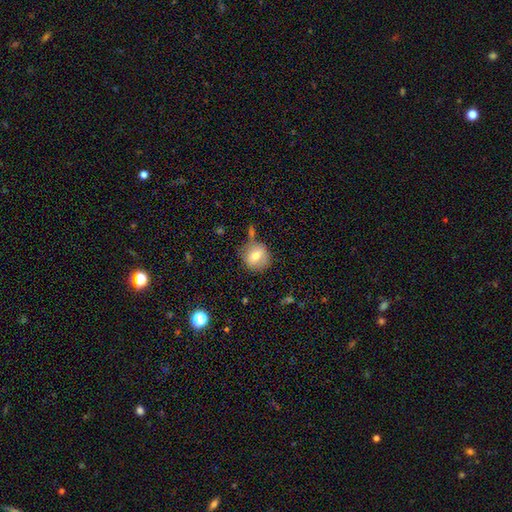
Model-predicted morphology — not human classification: A smooth galaxy with no disk features (71%) that is round (87%).

Vote fractions:
- Smooth or featured? smooth: 71% / featured or disk: 20% / star or artifact: 9%
- How rounded? round: 87% / in between: 12% / cigar-shaped: 1%
- Merging? none: 70% / minor disturbance: 16% / merger: 8% / major disturbance: 5%